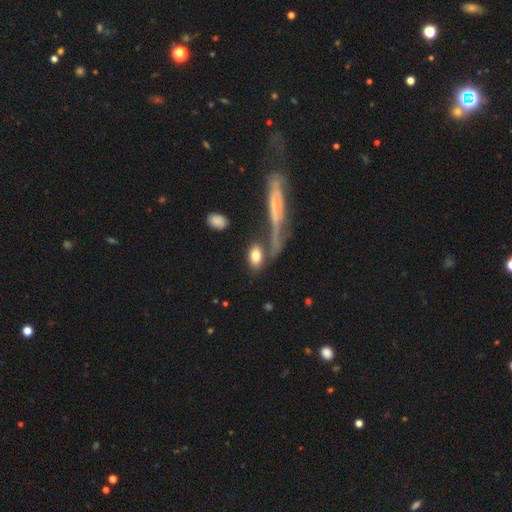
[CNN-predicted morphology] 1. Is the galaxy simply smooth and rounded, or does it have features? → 78% smooth, 15% featured or disk, 7% star or artifact.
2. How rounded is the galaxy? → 84% in between, 9% round, 7% cigar-shaped.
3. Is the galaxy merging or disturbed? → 57% none, 18% merger, 15% minor disturbance, 10% major disturbance.